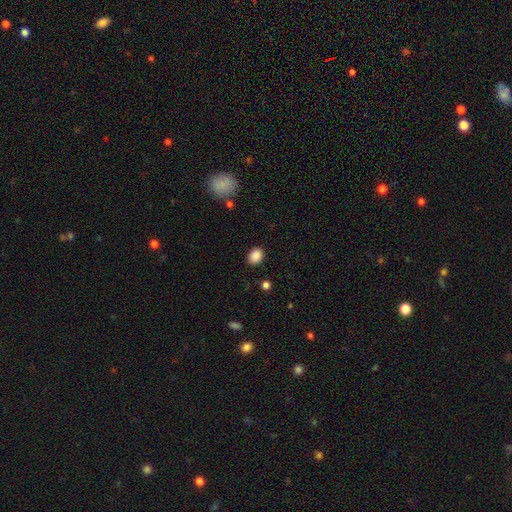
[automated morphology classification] Smooth or featured? smooth (88%)
How rounded? in between (65%)
Merging? none (87%)